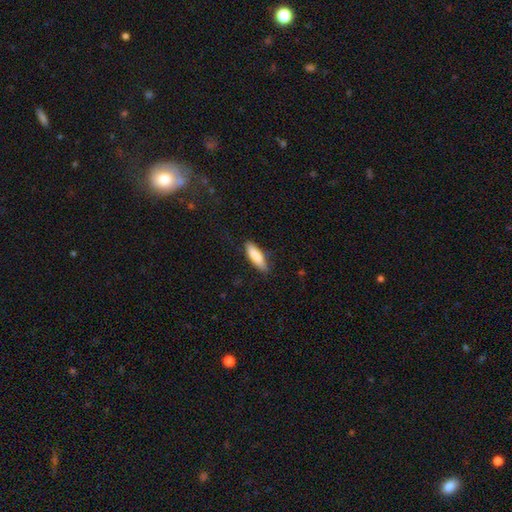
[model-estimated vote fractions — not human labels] The model was most divided on "how rounded": cigar-shaped: 53%, in between: 45%, round: 2%. More confident: smooth or featured — smooth (83%); merging — none (80%).